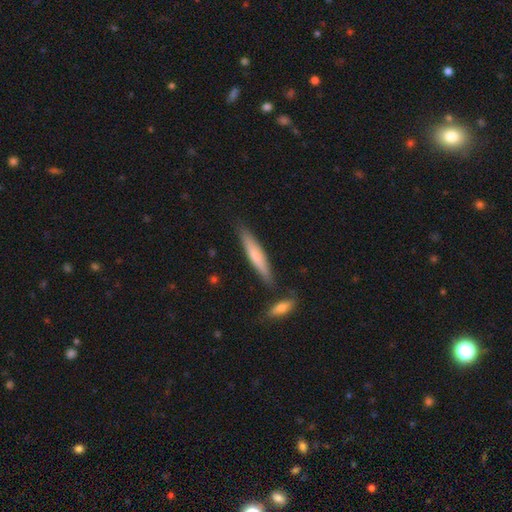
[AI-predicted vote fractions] smooth 63%, featured or disk 31%, star or artifact 6%. Down the decision tree: how rounded — cigar-shaped (90%); merging — none (82%).